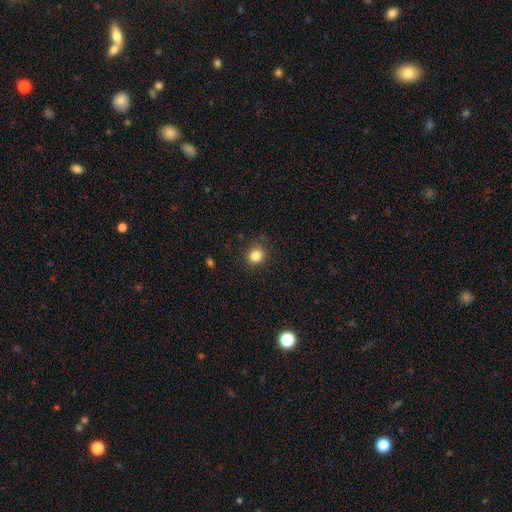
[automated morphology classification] The model was most divided on "smooth or featured": smooth: 84%, star or artifact: 12%, featured or disk: 5%. More confident: how rounded — round (87%); merging — none (86%).